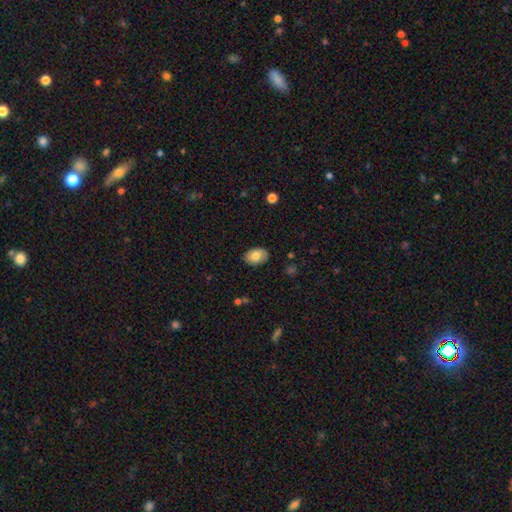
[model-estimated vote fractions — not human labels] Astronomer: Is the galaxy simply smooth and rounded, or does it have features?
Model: smooth — 78%.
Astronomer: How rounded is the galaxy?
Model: in between — 84%.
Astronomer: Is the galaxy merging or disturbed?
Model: none — 86%.